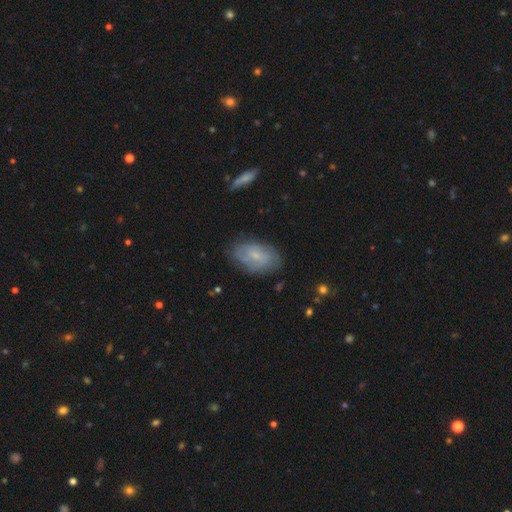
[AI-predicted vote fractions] Q: Smooth or featured?
A: smooth (52%); runner-up: featured or disk (40%)
Q: How rounded?
A: in between (92%); runner-up: round (5%)
Q: Merging?
A: none (74%); runner-up: minor disturbance (20%)